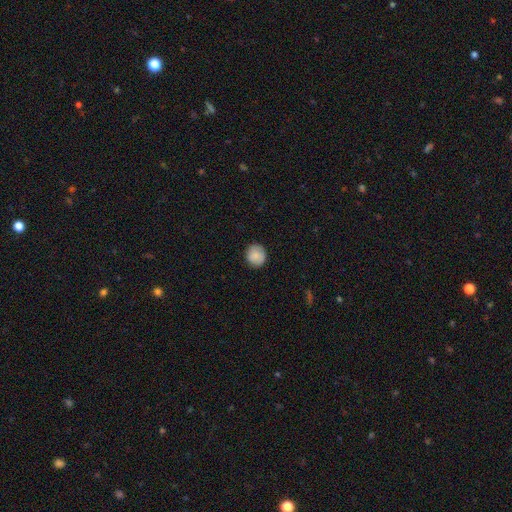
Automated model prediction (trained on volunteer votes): A smooth galaxy with no disk features (86%) that is round (88%). Merging: none (88%).